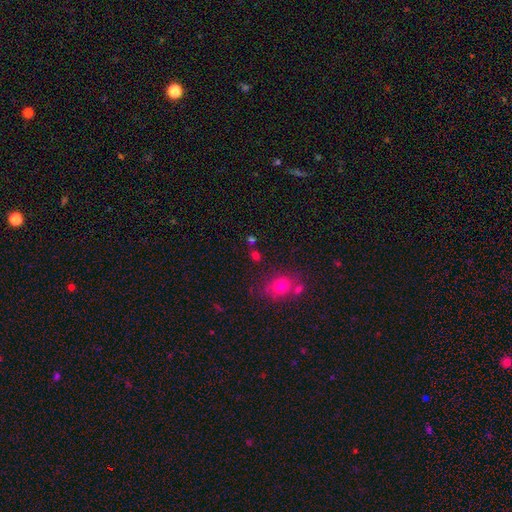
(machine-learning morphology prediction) A smooth galaxy with no disk features (69%) that is round (62%). Merging: none (63%).